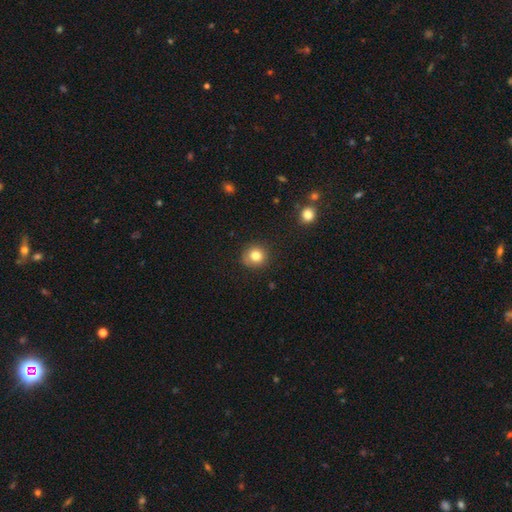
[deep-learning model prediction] Smooth or featured? smooth (81%)
How rounded? round (90%)
Merging? none (84%)